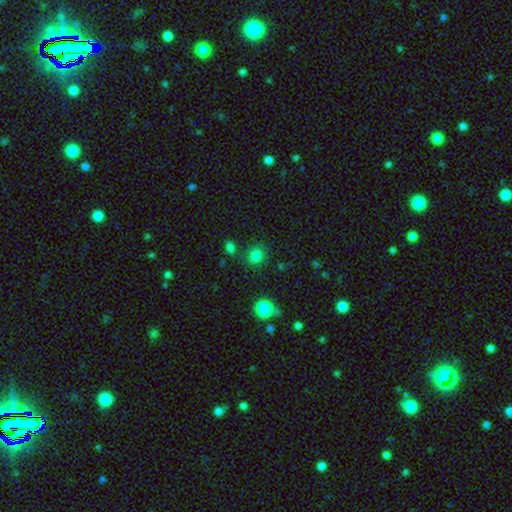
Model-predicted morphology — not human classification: Smooth or featured?
  - smooth: 81% *
  - star or artifact: 14%
  - featured or disk: 5%
How rounded?
  - round: 86% *
  - in between: 13%
  - cigar-shaped: 1%
Merging?
  - none: 79% *
  - minor disturbance: 11%
  - merger: 6%
  - major disturbance: 4%